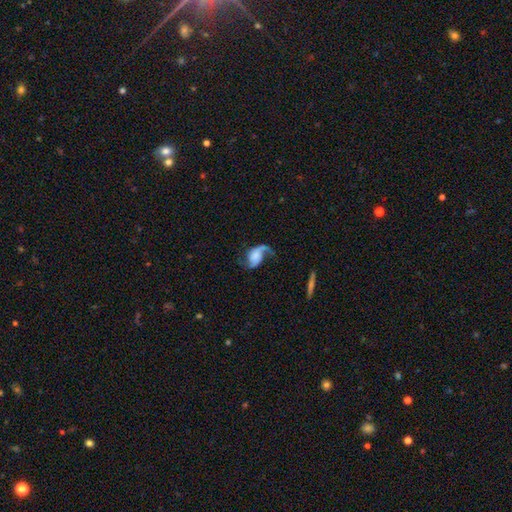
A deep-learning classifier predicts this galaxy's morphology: This is likely a featured or disk galaxy (79%). It is clearly not viewed edge-on (97%). Bar: likely no (67%). Spiral arm pattern: clearly yes (95%). Spiral arm count: likely 2 (77%). Spiral winding: likely loose (68%). Central bulge: marginally none (36%). Merging: possibly none (51%).